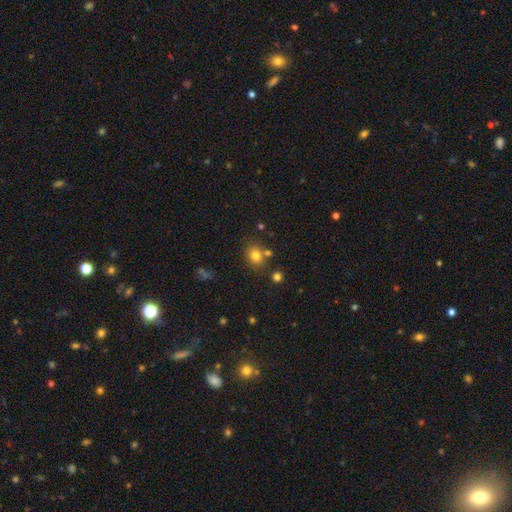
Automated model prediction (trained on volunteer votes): Smooth or featured?
  - smooth: 79% *
  - star or artifact: 13%
  - featured or disk: 9%
How rounded?
  - round: 54% *
  - in between: 45%
  - cigar-shaped: 1%
Merging?
  - none: 72% *
  - merger: 13%
  - minor disturbance: 12%
  - major disturbance: 4%